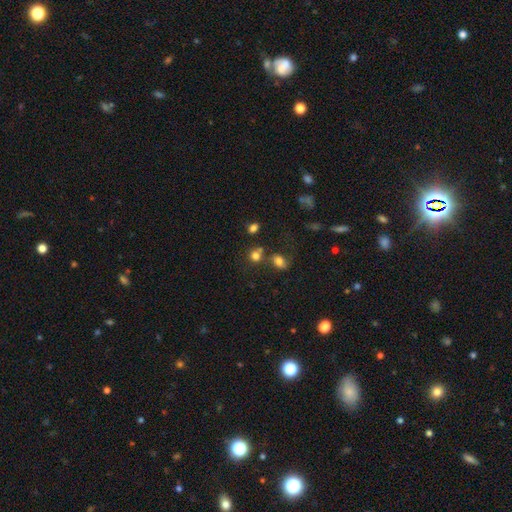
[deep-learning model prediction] Smooth or featured? Predicted: smooth (p=0.75). How rounded? Predicted: round (p=0.77). Merging? Predicted: none (p=0.53).